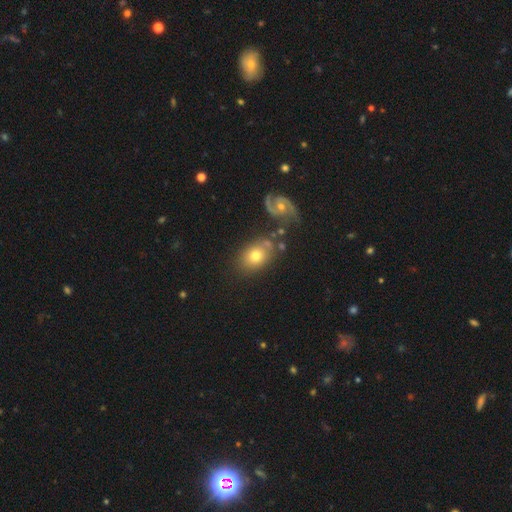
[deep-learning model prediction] A smooth galaxy with no disk features (63%) that is in between round and cigar-shaped (65%). Merging: none (63%).